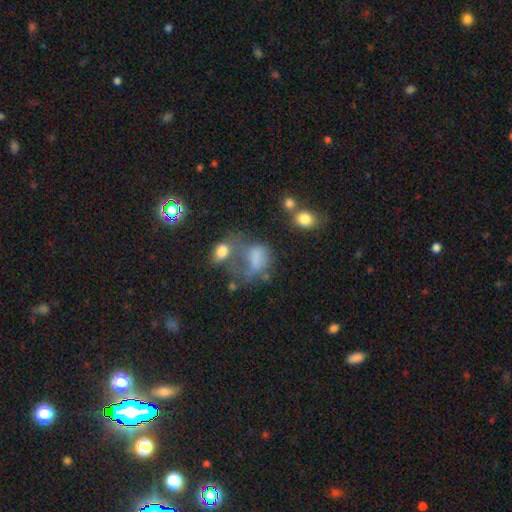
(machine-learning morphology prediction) This appears to be a smooth galaxy with no disk features (50%). Merging: major disturbance (35%).